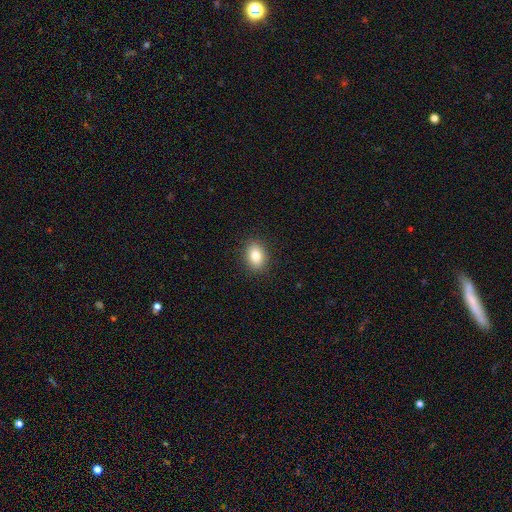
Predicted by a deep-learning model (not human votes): Overall: smooth (83%). How rounded: in between (72%). Merging: none (89%).